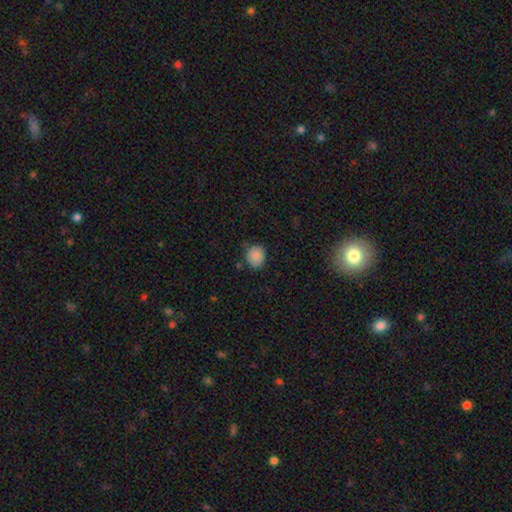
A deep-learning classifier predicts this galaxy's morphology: Smooth or featured: smooth — 86% (star or artifact — 9%)
How rounded: round — 72% (in between — 27%)
Merging: none — 74% (minor disturbance — 20%)